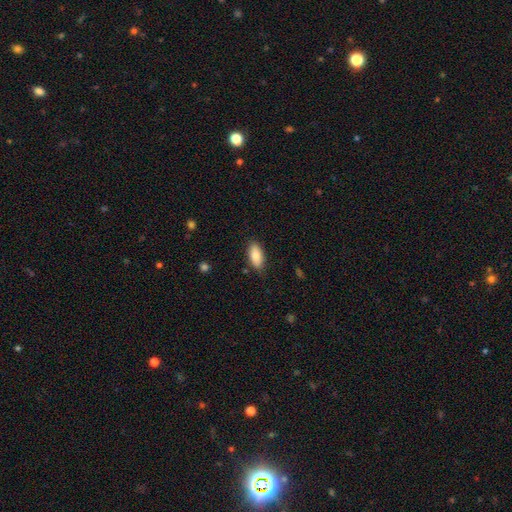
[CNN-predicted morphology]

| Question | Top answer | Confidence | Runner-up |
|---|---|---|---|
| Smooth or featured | smooth | 85% | featured or disk (9%) |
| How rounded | in between | 91% | cigar-shaped (7%) |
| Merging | none | 83% | minor disturbance (13%) |